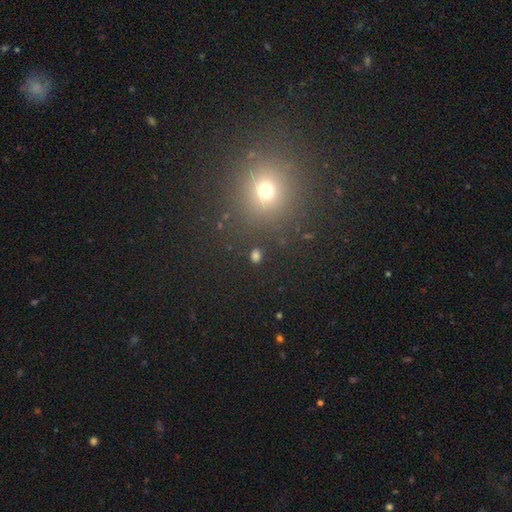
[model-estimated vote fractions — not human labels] A smooth galaxy with no disk features (65%) that is round (71%). Merging: none (86%).